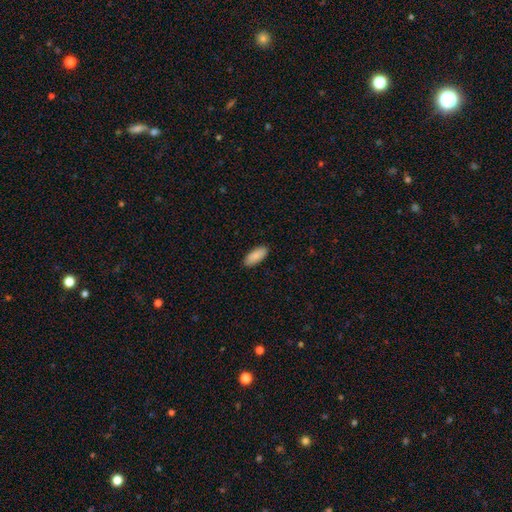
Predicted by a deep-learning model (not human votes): Morphology: type=smooth (90%); roundness=in between (85%); merging=none (90%).